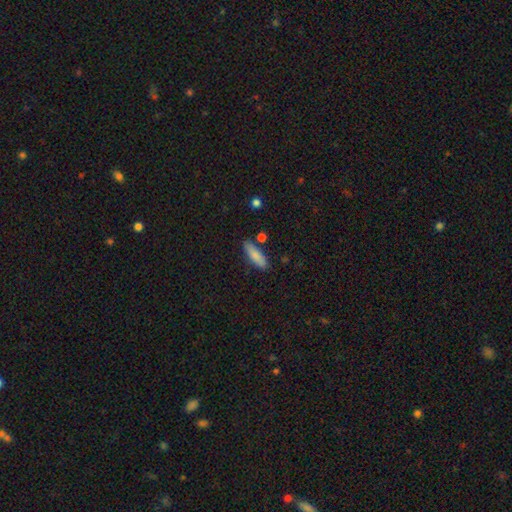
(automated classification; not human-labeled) Smooth or featured? Predicted: smooth (p=0.84). How rounded? Predicted: cigar-shaped (p=0.50). Merging? Predicted: none (p=0.82).